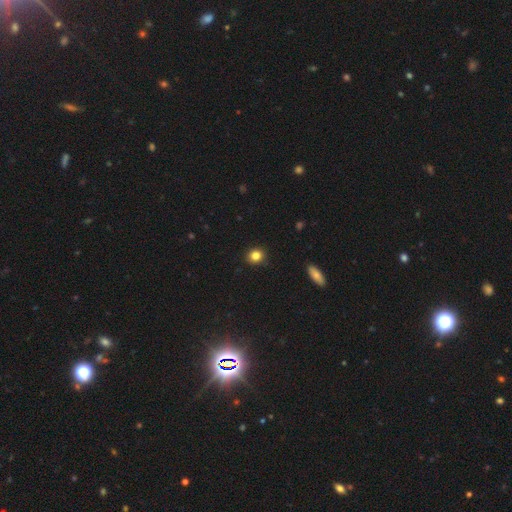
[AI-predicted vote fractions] This is clearly a smooth galaxy (84%). How rounded: likely round (77%). Merging: clearly none (89%).